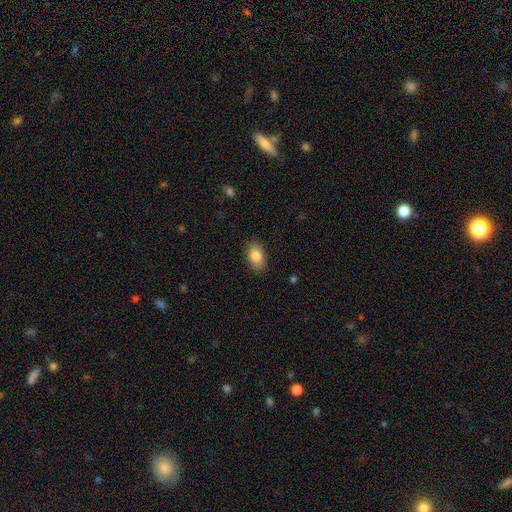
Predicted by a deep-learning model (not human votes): Q: Smooth or featured?
A: smooth (85%); runner-up: featured or disk (8%)
Q: How rounded?
A: in between (90%); runner-up: round (8%)
Q: Merging?
A: none (87%); runner-up: minor disturbance (9%)